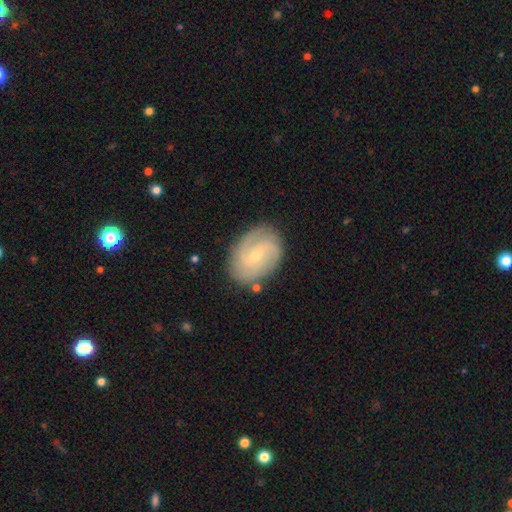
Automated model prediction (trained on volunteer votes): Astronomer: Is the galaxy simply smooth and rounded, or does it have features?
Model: featured or disk — 76%.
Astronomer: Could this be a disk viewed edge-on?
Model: no — 97%.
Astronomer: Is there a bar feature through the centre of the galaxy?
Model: weak — 53% (runner-up: no, 35%).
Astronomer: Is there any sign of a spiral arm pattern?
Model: yes — 92%.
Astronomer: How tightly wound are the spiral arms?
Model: medium — 41% (runner-up: tight, 39%).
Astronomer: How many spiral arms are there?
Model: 2 — 54%.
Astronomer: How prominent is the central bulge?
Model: small — 69%.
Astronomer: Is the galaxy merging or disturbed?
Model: none — 81%.